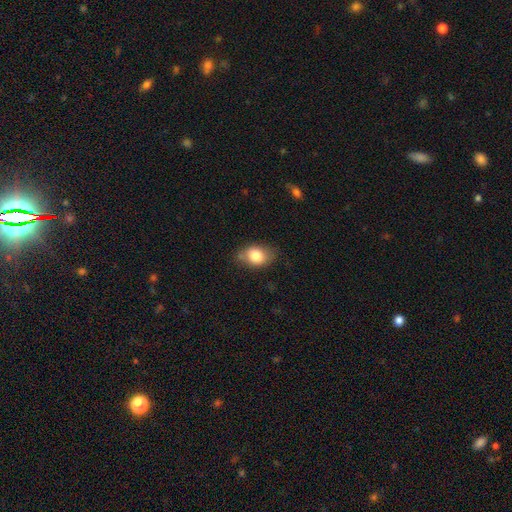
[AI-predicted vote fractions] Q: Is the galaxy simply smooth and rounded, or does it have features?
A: smooth — 80%.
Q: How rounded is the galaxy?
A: in between — 76%.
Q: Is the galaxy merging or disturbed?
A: none — 71%.